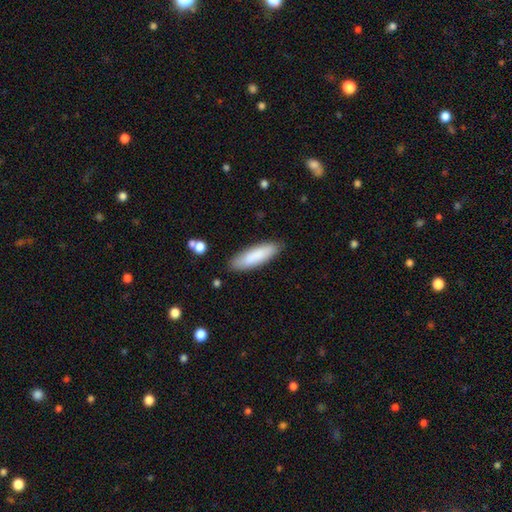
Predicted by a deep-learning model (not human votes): Overall: smooth (85%). How rounded: cigar-shaped (52%; in between 46%). Merging: none (86%).